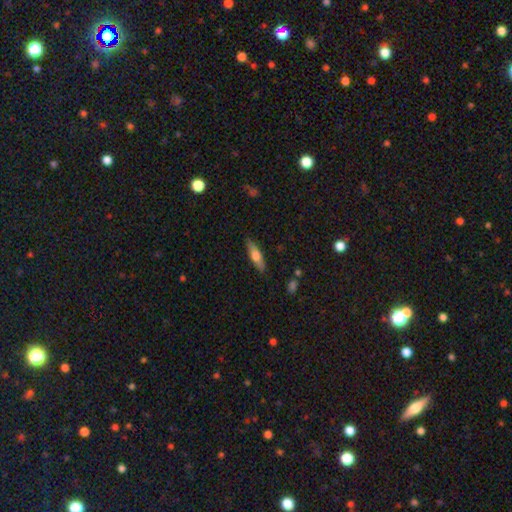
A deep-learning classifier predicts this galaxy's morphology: This is possibly a smooth galaxy (56%). How rounded: possibly cigar-shaped (60%). Merging: clearly none (85%).